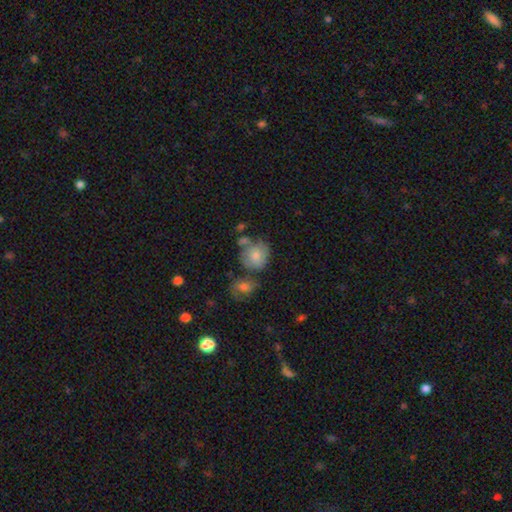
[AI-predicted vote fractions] smooth_or_featured: smooth (p=0.72) [alt: featured or disk p=0.20]
how_rounded: round (p=0.73) [alt: in between p=0.27]
merging: none (p=0.45) [alt: merger p=0.23]